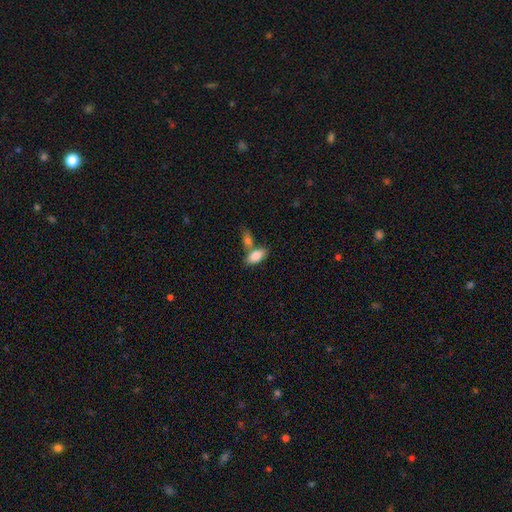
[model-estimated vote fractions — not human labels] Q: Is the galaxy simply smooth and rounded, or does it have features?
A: smooth — 84%.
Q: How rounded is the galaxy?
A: in between — 91%.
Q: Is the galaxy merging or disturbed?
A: none — 51%.